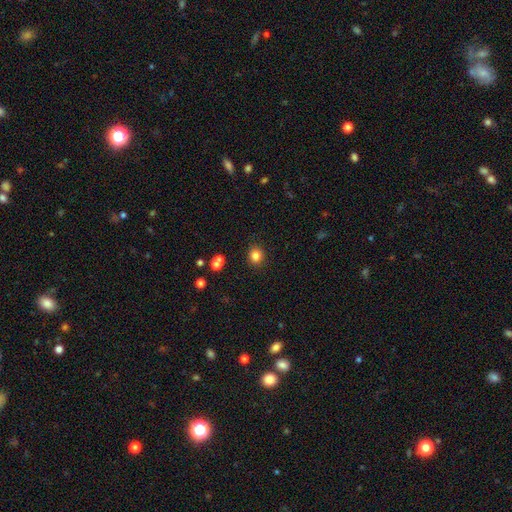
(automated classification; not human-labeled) Smooth or featured?
  - smooth: 82% *
  - star or artifact: 12%
  - featured or disk: 5%
How rounded?
  - round: 79% *
  - in between: 20%
  - cigar-shaped: 1%
Merging?
  - none: 87% *
  - minor disturbance: 8%
  - merger: 3%
  - major disturbance: 2%